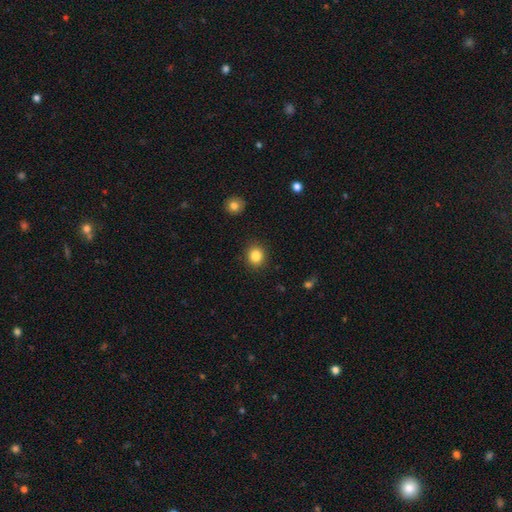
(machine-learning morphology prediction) A smooth galaxy with no disk features (84%) that is round (79%). Merging: none (90%).